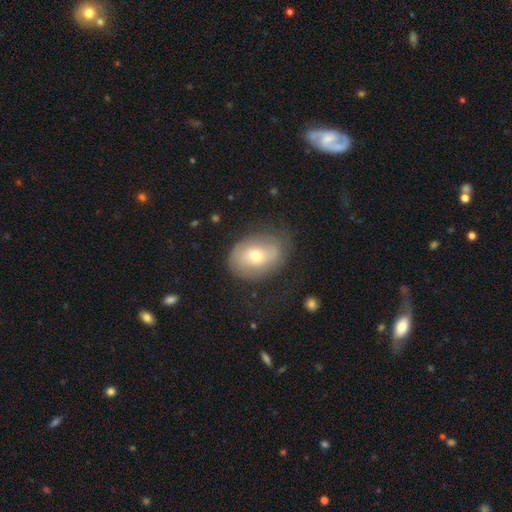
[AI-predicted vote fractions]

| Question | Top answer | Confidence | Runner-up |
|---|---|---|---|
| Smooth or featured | smooth | 53% | featured or disk (39%) |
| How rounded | in between | 68% | round (31%) |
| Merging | none | 64% | minor disturbance (22%) |